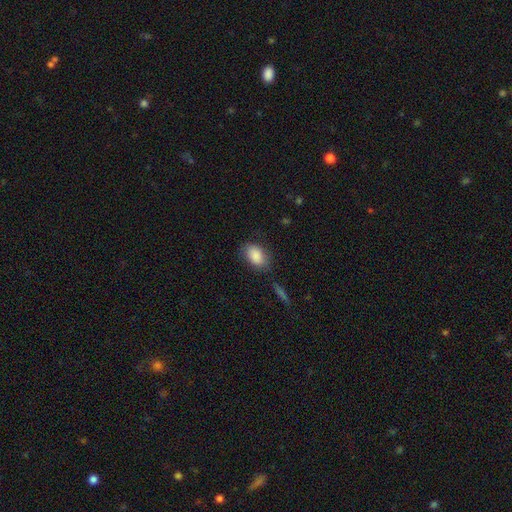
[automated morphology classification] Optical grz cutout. It shows a smooth galaxy with no disk features (87%) that is in between round and cigar-shaped (87%). Merging: none (74%).